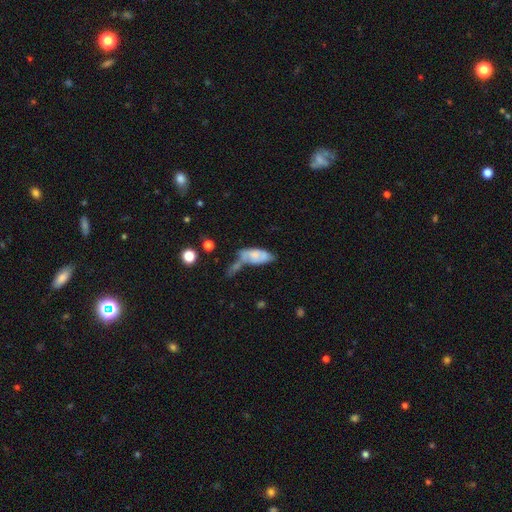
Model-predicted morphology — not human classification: Smooth or featured? smooth (64%)
How rounded? in between (84%)
Merging? merger (40%)